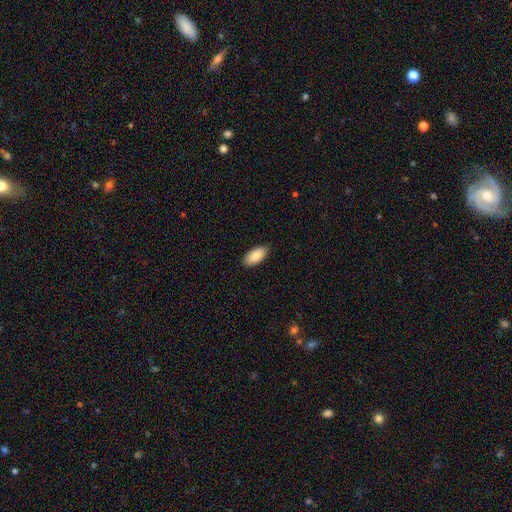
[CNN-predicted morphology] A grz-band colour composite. It shows a smooth galaxy with no disk features (87%) that is in between round and cigar-shaped (92%). Merging: none (87%).